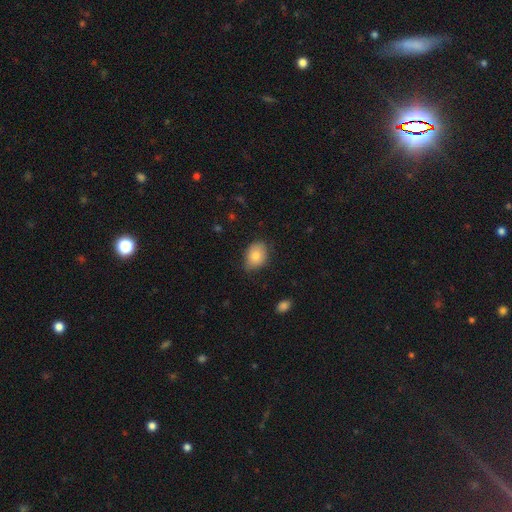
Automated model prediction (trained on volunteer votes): This appears to be a smooth galaxy with no disk features (81%) that is in between round and cigar-shaped (64%). Merging: none (71%).